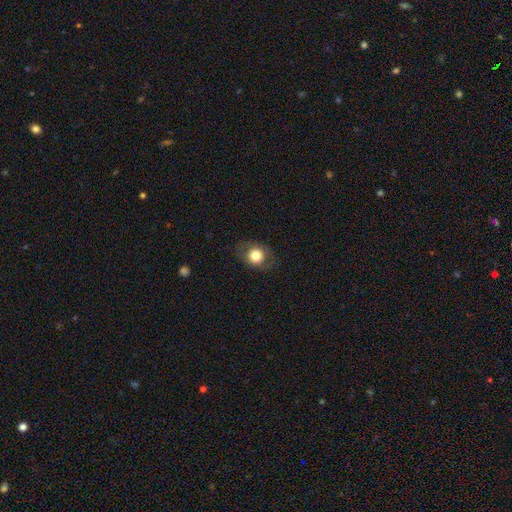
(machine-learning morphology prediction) Smooth or featured? Predicted: smooth (p=0.78). How rounded? Predicted: round (p=0.70). Merging? Predicted: none (p=0.81).